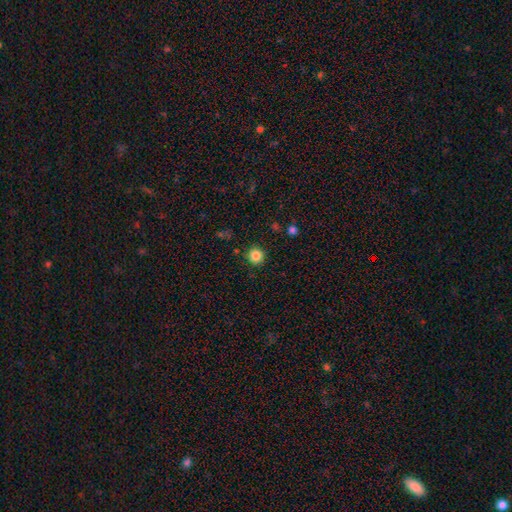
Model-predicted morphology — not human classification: Q: Smooth or featured?
A: smooth (85%); runner-up: star or artifact (11%)
Q: How rounded?
A: round (94%); runner-up: in between (5%)
Q: Merging?
A: none (91%); runner-up: minor disturbance (6%)